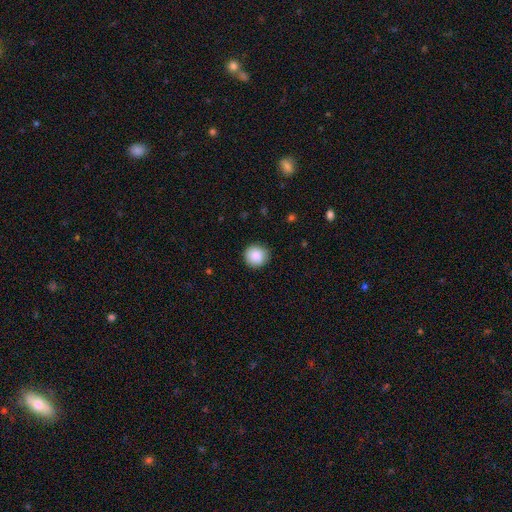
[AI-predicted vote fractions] A smooth galaxy with no disk features (88%) that is round (94%). Merging: none (89%).